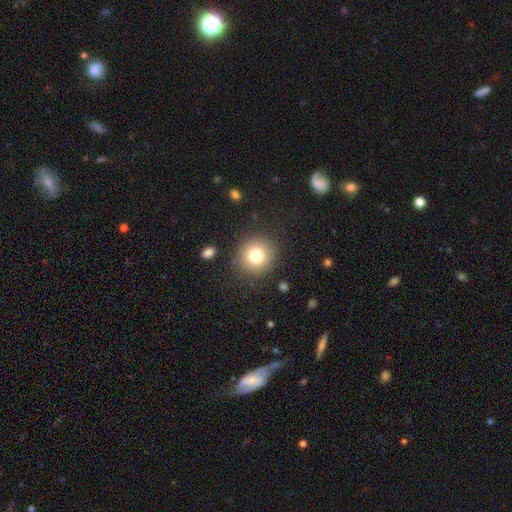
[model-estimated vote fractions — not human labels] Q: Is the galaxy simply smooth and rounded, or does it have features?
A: smooth — 79%.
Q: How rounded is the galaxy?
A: round — 90%.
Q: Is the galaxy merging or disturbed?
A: none — 86%.